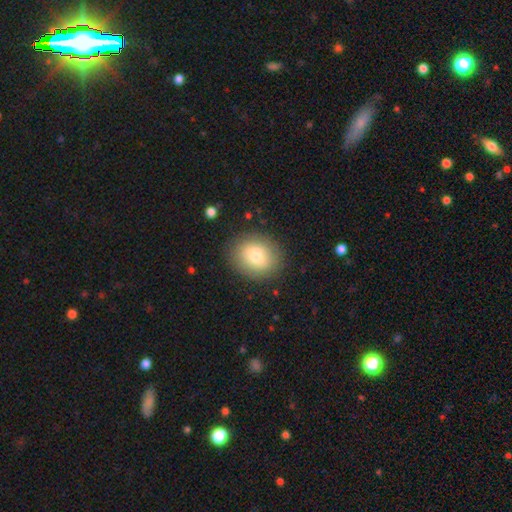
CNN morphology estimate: This appears to be a smooth galaxy with no disk features (77%) that is round (62%). Merging: none (86%).